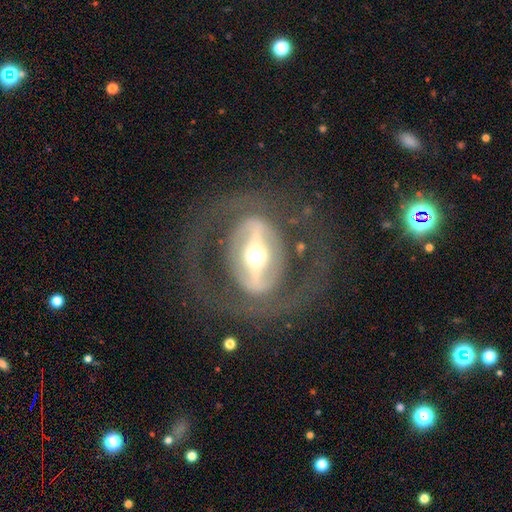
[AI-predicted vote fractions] Smooth or featured? featured or disk (80%)
Edge-on disk? no (87%)
Bar? strong (76%)
Spiral arms? no (63%)
Bulge size? moderate (67%)
Merging? none (72%)